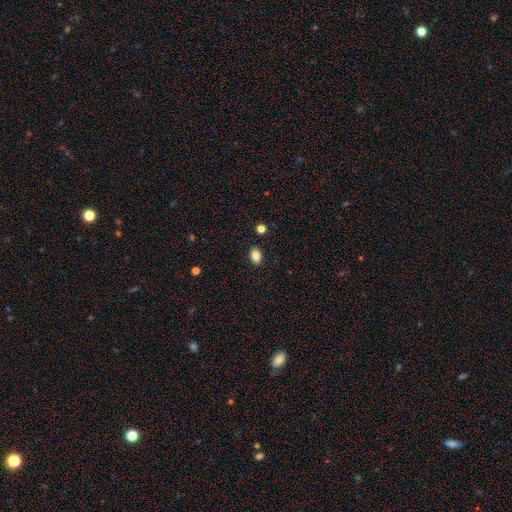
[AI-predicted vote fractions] smooth_or_featured: smooth (p=0.84) [alt: star or artifact p=0.09]
how_rounded: in between (p=0.83) [alt: round p=0.15]
merging: none (p=0.88) [alt: minor disturbance p=0.08]